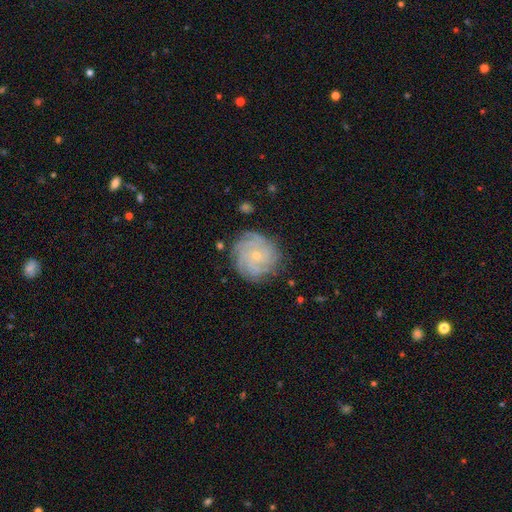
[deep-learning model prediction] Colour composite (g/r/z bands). It shows a featured or disk galaxy (74%) with no bar (82%), tight (73%) spiral arms (94%) and a small central bulge (77%). Merging: none (81%).